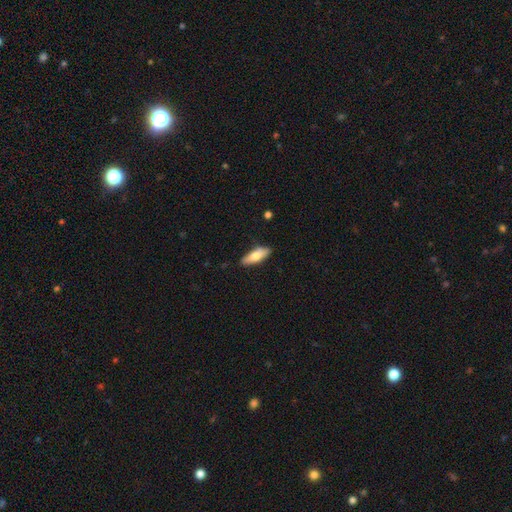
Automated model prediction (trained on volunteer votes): This is likely a smooth galaxy (68%). How rounded: possibly in between (57%). Merging: clearly none (85%).